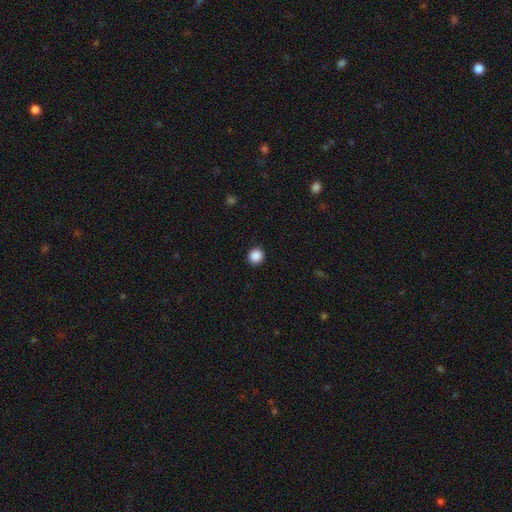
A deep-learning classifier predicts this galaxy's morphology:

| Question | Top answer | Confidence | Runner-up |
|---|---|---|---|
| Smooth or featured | smooth | 88% | star or artifact (9%) |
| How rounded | round | 91% | in between (8%) |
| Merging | none | 93% | minor disturbance (5%) |